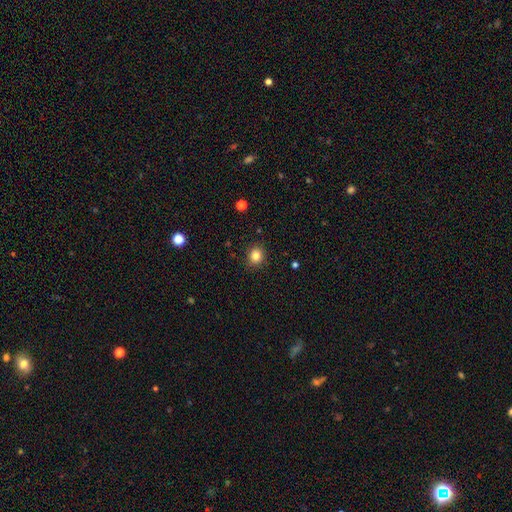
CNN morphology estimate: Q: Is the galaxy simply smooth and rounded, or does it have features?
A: smooth — 83%.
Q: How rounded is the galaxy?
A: round — 71%.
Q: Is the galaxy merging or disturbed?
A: none — 89%.